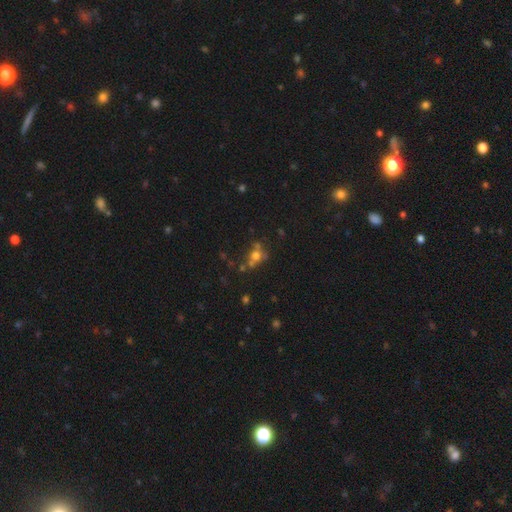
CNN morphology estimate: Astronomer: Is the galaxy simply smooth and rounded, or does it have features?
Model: smooth — 56%.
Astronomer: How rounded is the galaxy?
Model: round — 72%.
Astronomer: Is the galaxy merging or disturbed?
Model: none — 51% (runner-up: merger, 27%).